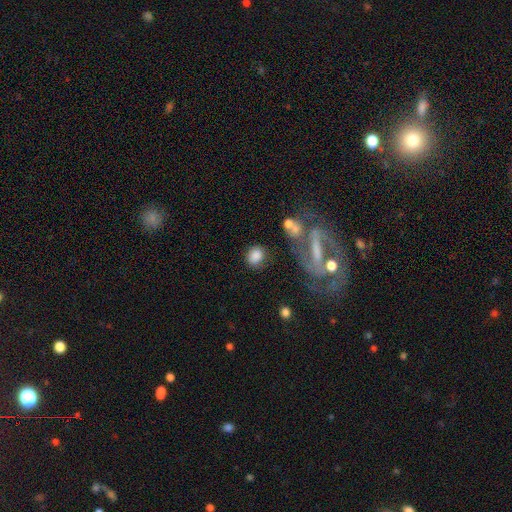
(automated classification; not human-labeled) This is clearly a smooth galaxy (82%). How rounded: likely round (62%). Merging: likely none (73%).